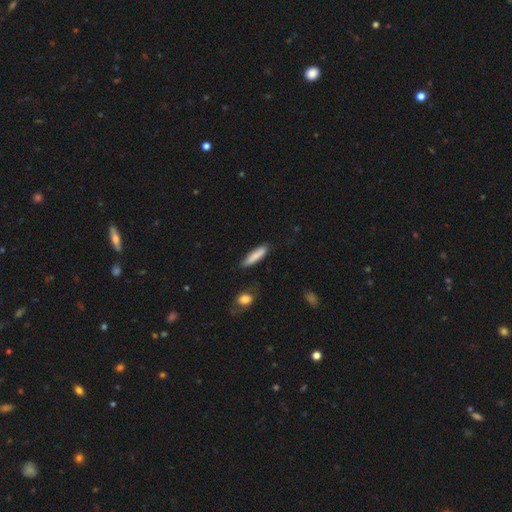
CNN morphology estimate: Overall: smooth (82%). How rounded: cigar-shaped (75%). Merging: none (77%).